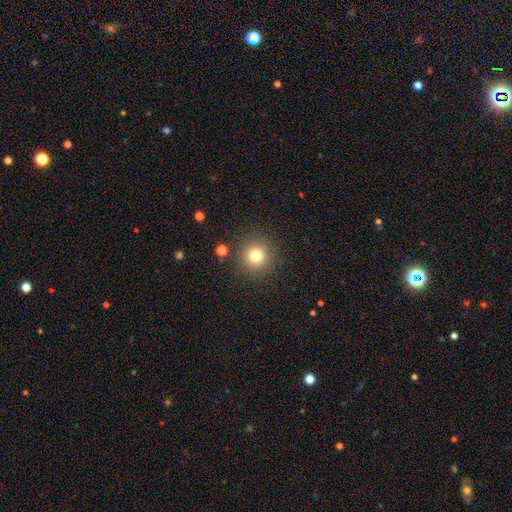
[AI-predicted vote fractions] Q: Smooth or featured?
A: smooth (77%); runner-up: star or artifact (15%)
Q: How rounded?
A: round (95%); runner-up: in between (4%)
Q: Merging?
A: none (88%); runner-up: minor disturbance (7%)